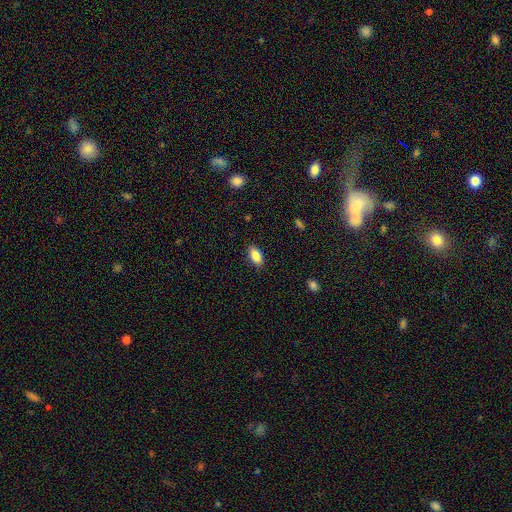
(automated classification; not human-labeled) smooth-or-featured: smooth: 86% | star or artifact: 7% | featured or disk: 7%
  how-rounded: in between: 90% | cigar-shaped: 7% | round: 3%
  merging: none: 88% | minor disturbance: 9% | major disturbance: 2% | merger: 1%